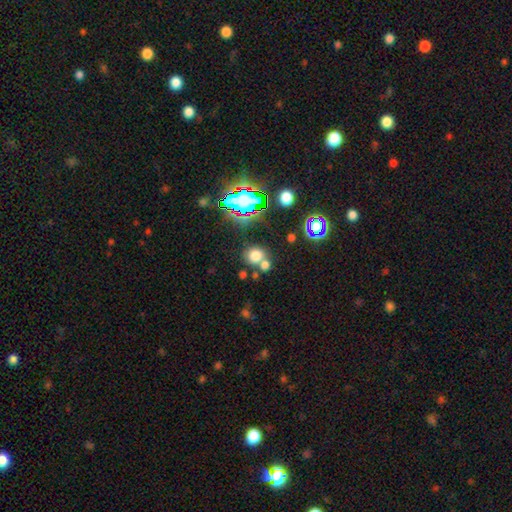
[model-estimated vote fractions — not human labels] A smooth galaxy with no disk features (70%) that is round (83%). Merging: none (56%).